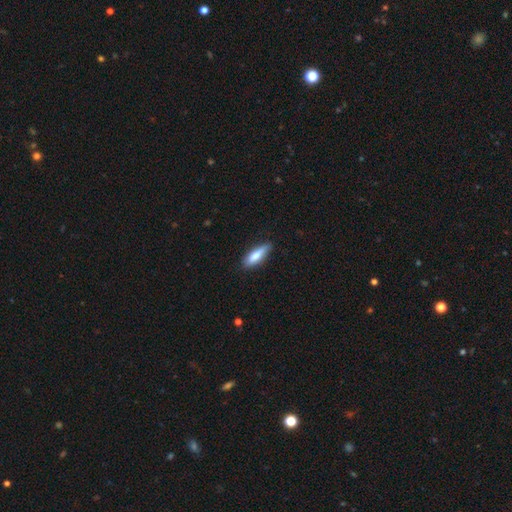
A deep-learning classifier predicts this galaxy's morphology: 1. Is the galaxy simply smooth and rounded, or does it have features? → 76% smooth, 18% featured or disk, 6% star or artifact.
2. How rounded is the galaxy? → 52% cigar-shaped, 46% in between, 2% round.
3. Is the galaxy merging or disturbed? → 79% none, 17% minor disturbance, 3% major disturbance, 1% merger.